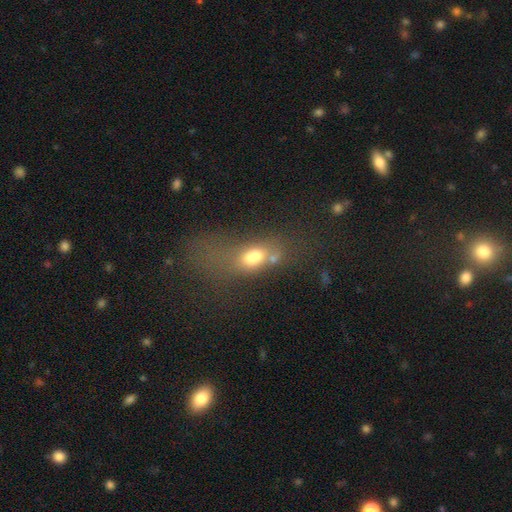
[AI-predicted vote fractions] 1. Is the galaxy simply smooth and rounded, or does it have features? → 60% smooth, 24% featured or disk, 16% star or artifact.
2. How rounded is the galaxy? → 71% in between, 16% round, 14% cigar-shaped.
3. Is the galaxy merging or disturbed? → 32% major disturbance, 30% merger, 22% none, 16% minor disturbance.